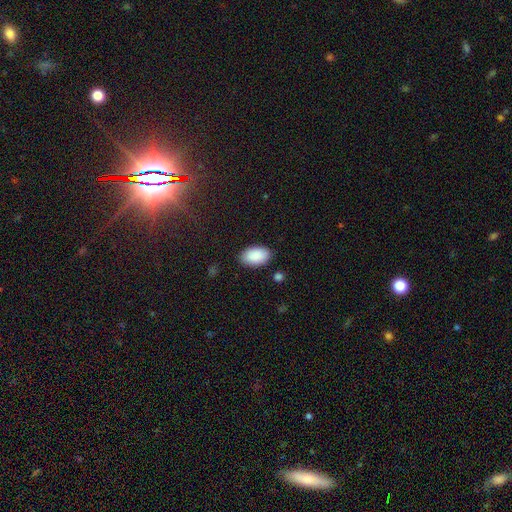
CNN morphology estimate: The model was most divided on "merging": none: 87%, minor disturbance: 10%, major disturbance: 2%, merger: 1%. More confident: how rounded — in between (95%); smooth or featured — smooth (90%).